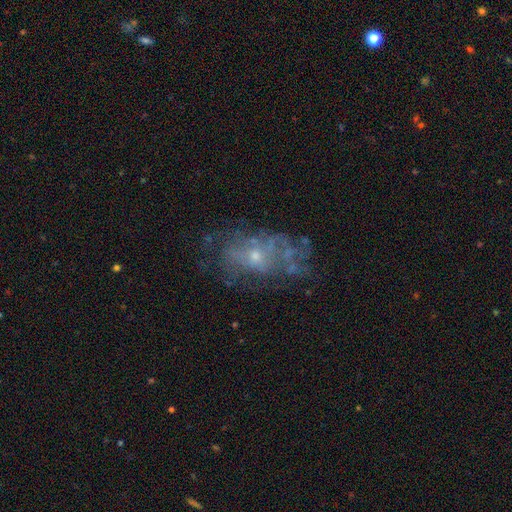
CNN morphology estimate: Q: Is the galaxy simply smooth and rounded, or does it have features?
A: featured or disk — 63%.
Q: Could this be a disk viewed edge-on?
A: no — 95%.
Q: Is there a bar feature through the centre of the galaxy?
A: no — 84%.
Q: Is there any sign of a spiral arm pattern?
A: no — 67%.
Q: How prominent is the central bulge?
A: small — 61%.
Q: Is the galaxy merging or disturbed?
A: none — 49%.